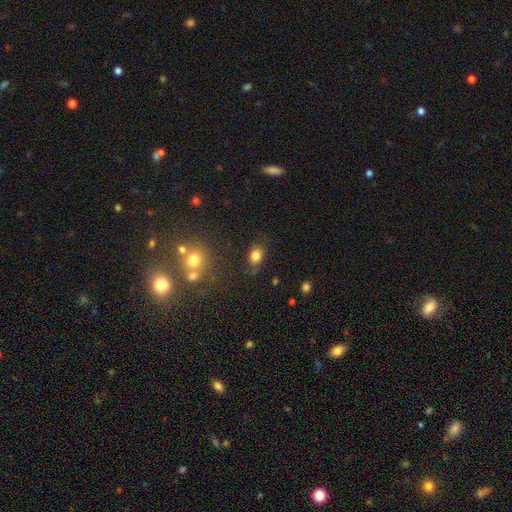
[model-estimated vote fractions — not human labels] This appears to be a smooth galaxy with no disk features (80%) that is in between round and cigar-shaped (64%). Merging: none (69%).